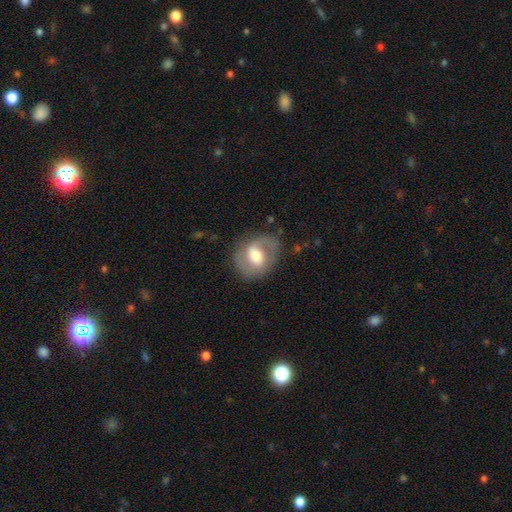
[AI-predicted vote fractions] smooth-or-featured: featured or disk: 58% | smooth: 35% | star or artifact: 7%
  disk-edge-on: no: 96% | yes: 4%
    bar: weak: 46% | no: 32% | strong: 22%
    has-spiral-arms: yes: 74% | no: 26%
    bulge-size: moderate: 59% | large: 26% | small: 12% | dominant: 2% | none: 2%
  merging: none: 70% | minor disturbance: 18% | major disturbance: 10% | merger: 2%